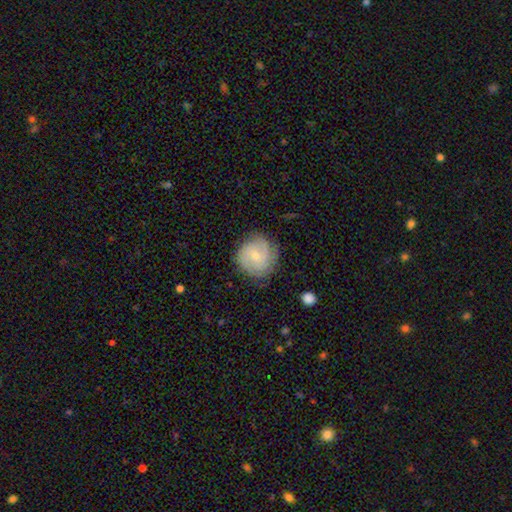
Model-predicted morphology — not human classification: Smooth or featured? Predicted: featured or disk (p=0.47). Merging? Predicted: none (p=0.74).